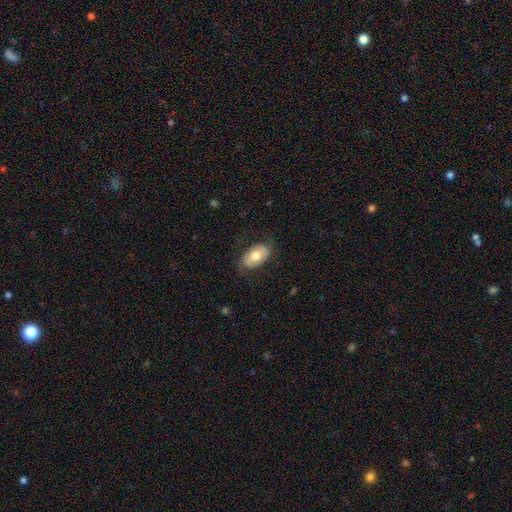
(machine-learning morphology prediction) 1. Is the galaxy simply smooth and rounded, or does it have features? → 65% smooth, 29% featured or disk, 6% star or artifact.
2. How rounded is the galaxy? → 92% in between, 7% round, 1% cigar-shaped.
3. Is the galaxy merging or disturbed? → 75% none, 17% minor disturbance, 7% major disturbance, 1% merger.